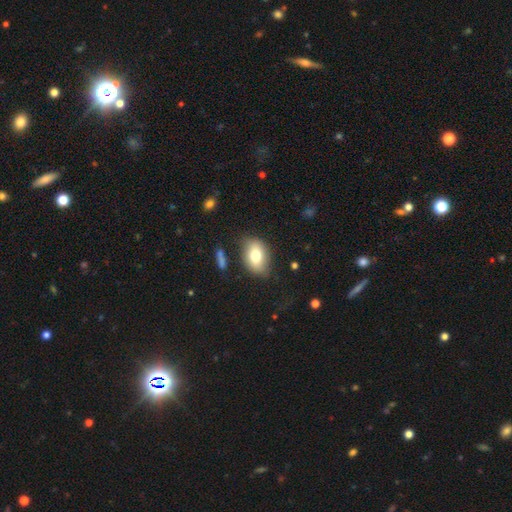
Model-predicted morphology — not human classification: The model was most divided on "smooth or featured": smooth: 75%, featured or disk: 17%, star or artifact: 8%. More confident: how rounded — in between (82%); merging — none (76%).